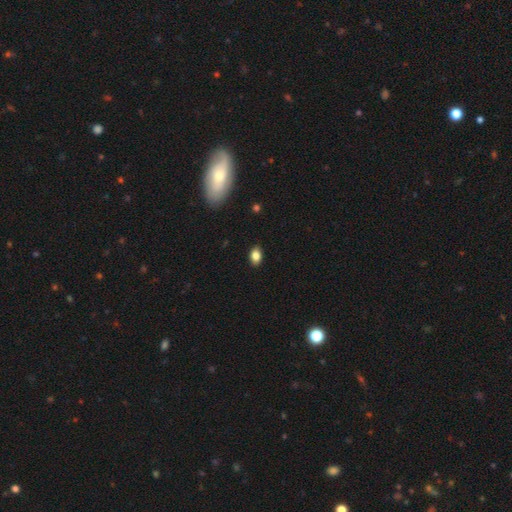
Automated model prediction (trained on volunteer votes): Q: Smooth or featured?
A: smooth (83%); runner-up: star or artifact (9%)
Q: How rounded?
A: in between (86%); runner-up: round (12%)
Q: Merging?
A: none (87%); runner-up: minor disturbance (10%)